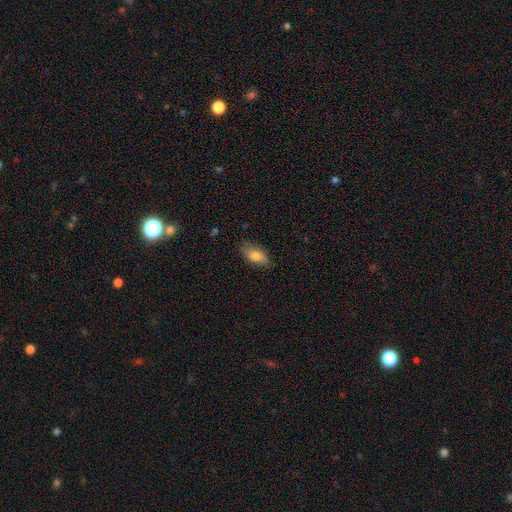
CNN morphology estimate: Smooth or featured?
  - smooth: 76% *
  - featured or disk: 17%
  - star or artifact: 7%
How rounded?
  - in between: 87% *
  - cigar-shaped: 9%
  - round: 4%
Merging?
  - none: 76% *
  - minor disturbance: 19%
  - major disturbance: 4%
  - merger: 1%